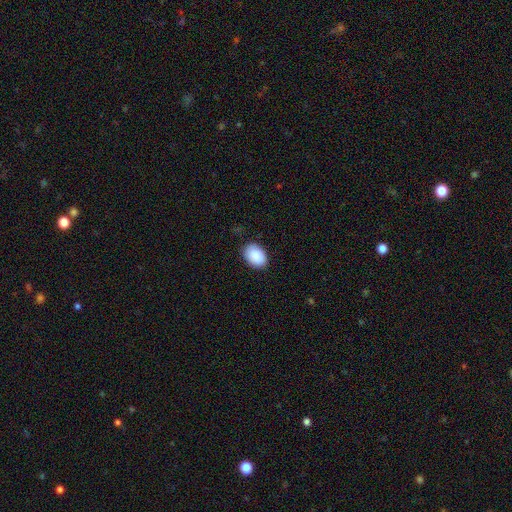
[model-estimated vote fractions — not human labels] A smooth galaxy with no disk features (91%) that is in between round and cigar-shaped (80%). Merging: none (85%).